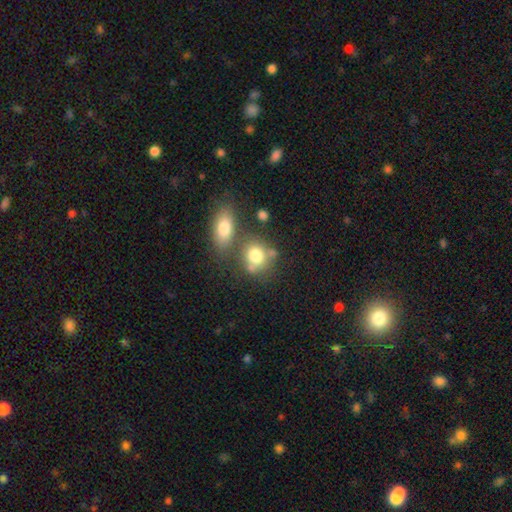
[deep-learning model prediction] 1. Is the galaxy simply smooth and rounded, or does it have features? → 76% smooth, 14% featured or disk, 10% star or artifact.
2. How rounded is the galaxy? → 58% round, 40% in between, 2% cigar-shaped.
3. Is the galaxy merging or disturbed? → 49% none, 30% merger, 14% minor disturbance, 6% major disturbance.